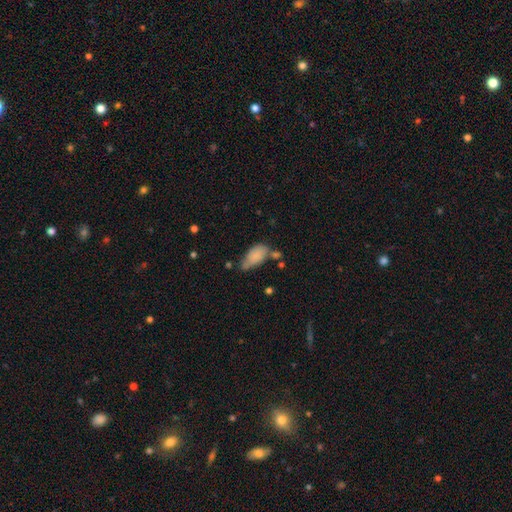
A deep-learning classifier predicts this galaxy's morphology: The model was most divided on "merging": none: 35%, minor disturbance: 34%, merger: 17%, major disturbance: 14%. More confident: how rounded — in between (90%); smooth or featured — smooth (80%).